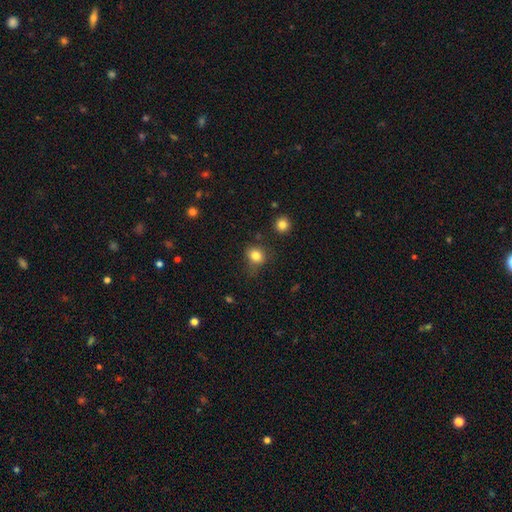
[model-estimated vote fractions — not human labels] This appears to be a smooth galaxy with no disk features (82%) that is round (69%). Merging: none (69%).